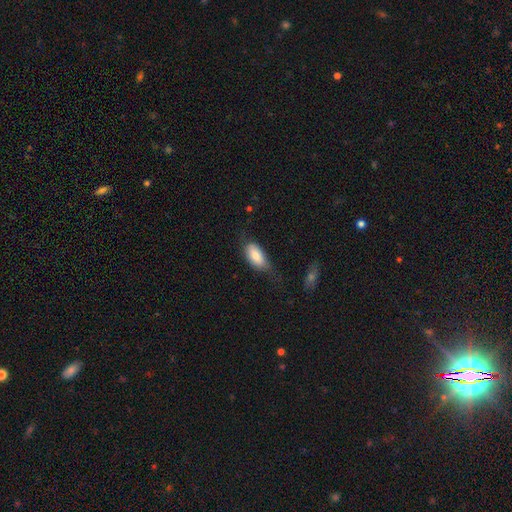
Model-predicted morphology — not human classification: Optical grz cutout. It shows a smooth galaxy with no disk features (82%) that is in between round and cigar-shaped (91%). Merging: none (41%).